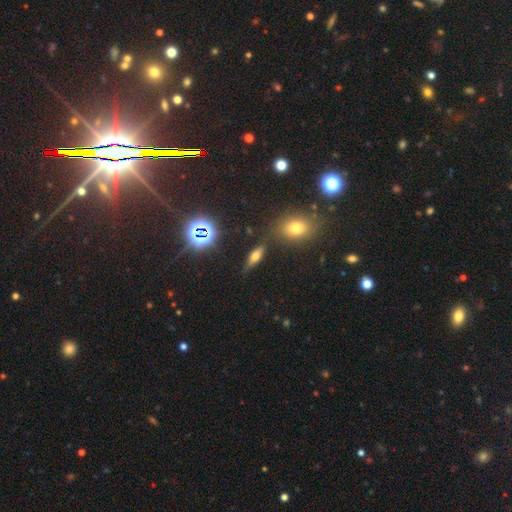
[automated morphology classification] Smooth or featured?
  - smooth: 54% *
  - featured or disk: 28%
  - star or artifact: 18%
How rounded?
  - in between: 60% *
  - cigar-shaped: 34%
  - round: 6%
Merging?
  - none: 74% *
  - minor disturbance: 15%
  - merger: 6%
  - major disturbance: 5%